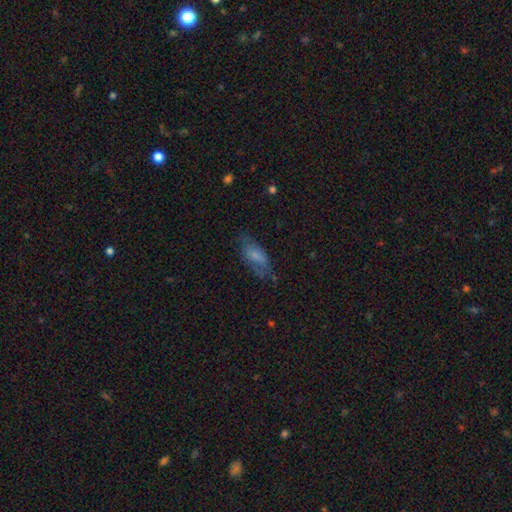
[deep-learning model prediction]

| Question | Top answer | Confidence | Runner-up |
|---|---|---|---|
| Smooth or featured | smooth | 66% | featured or disk (26%) |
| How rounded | in between | 81% | cigar-shaped (16%) |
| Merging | none | 57% | minor disturbance (26%) |